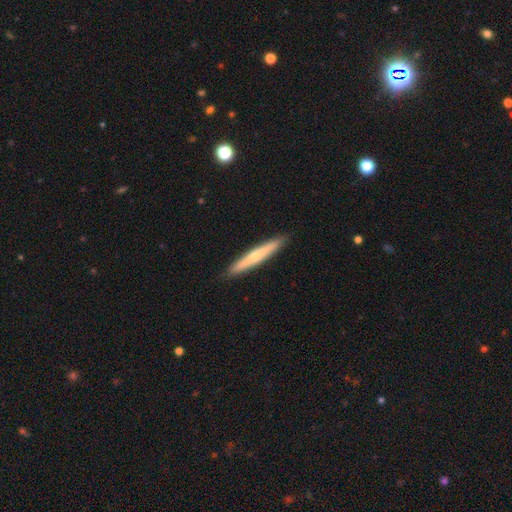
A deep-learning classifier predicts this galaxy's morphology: A smooth galaxy with no disk features (55%) that is cigar-shaped (96%). Merging: none (92%).